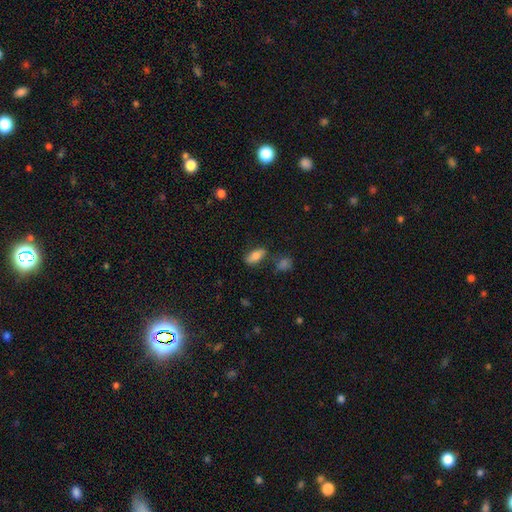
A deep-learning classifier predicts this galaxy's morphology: A smooth galaxy with no disk features (78%) that is in between round and cigar-shaped (84%). Merging: none (70%).